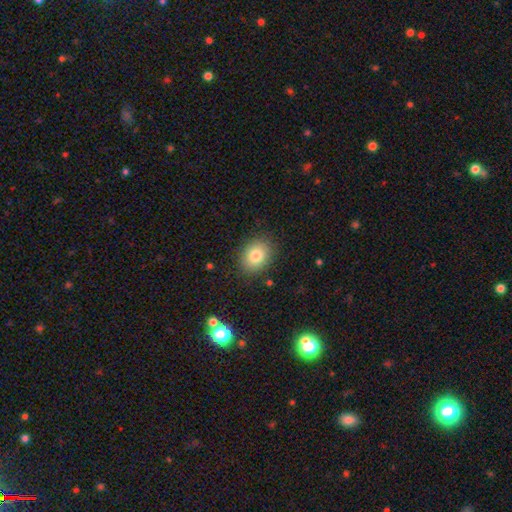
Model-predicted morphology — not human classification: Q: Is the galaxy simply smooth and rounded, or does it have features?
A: smooth — 81%.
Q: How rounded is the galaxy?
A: in between — 50%.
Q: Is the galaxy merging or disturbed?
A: none — 87%.